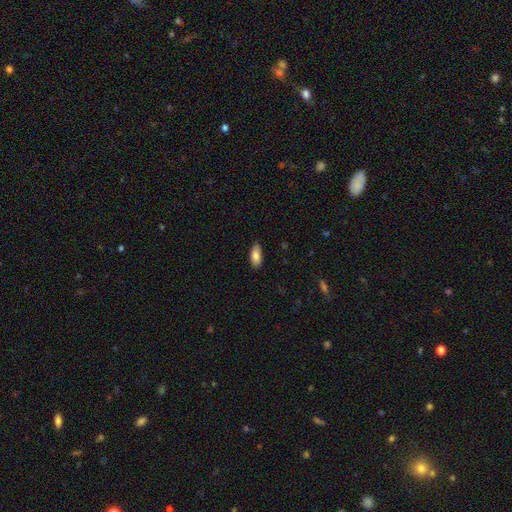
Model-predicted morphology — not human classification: type=smooth (83%); roundness=in between (87%); merging=none (85%).